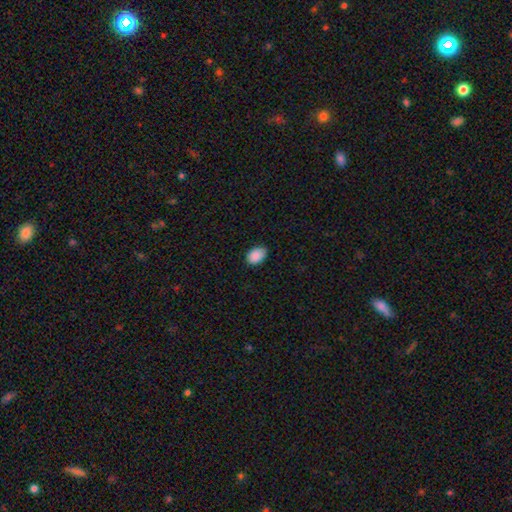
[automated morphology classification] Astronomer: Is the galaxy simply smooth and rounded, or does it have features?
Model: smooth — 90%.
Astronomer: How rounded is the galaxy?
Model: in between — 87%.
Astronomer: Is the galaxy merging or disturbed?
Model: none — 83%.